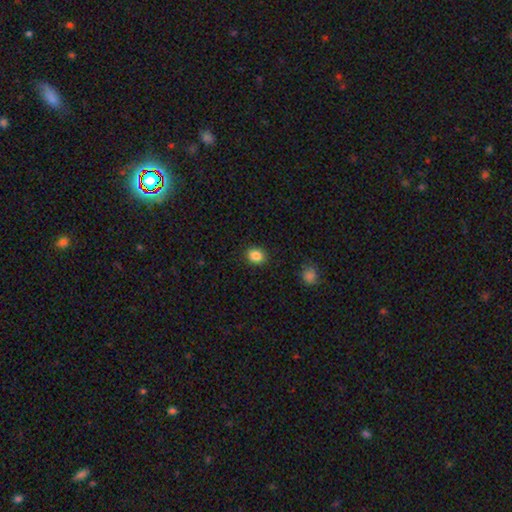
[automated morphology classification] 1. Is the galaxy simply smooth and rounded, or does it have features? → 86% smooth, 10% star or artifact, 4% featured or disk.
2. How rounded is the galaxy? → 60% round, 39% in between, 1% cigar-shaped.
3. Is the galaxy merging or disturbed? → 89% none, 8% minor disturbance, 2% major disturbance, 1% merger.